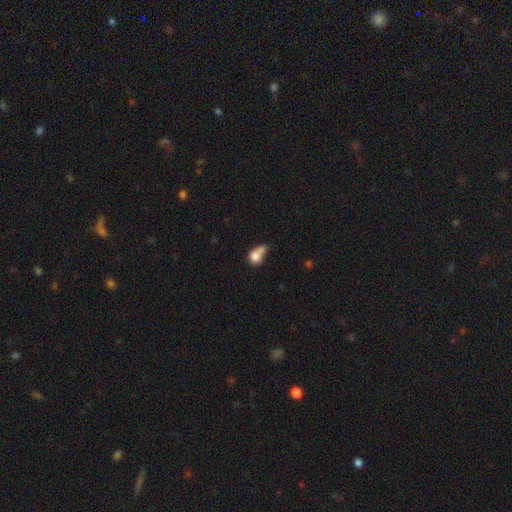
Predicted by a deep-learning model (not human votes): smooth 77%, featured or disk 14%, star or artifact 10%. Down the decision tree: how rounded — round (58%); merging — merger (48%).